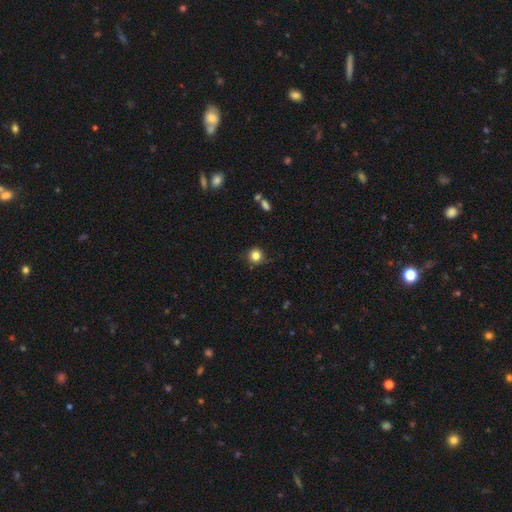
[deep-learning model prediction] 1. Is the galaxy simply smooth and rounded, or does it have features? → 83% smooth, 12% star or artifact, 6% featured or disk.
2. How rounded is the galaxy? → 93% round, 6% in between, 1% cigar-shaped.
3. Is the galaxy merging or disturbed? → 82% none, 14% minor disturbance, 3% major disturbance, 2% merger.